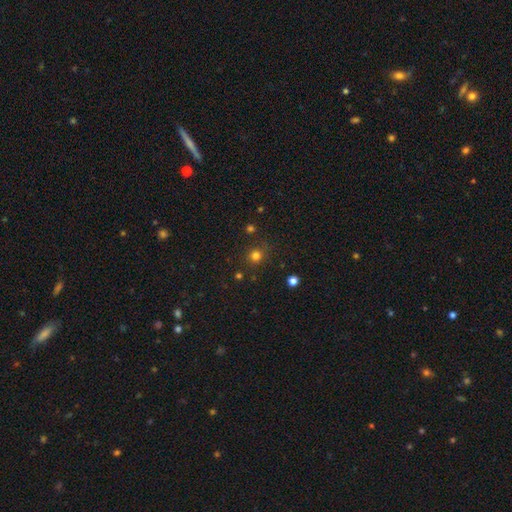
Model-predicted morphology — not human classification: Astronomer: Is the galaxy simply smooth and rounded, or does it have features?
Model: smooth — 76%.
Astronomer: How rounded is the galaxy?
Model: round — 90%.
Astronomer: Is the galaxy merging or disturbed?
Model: none — 84%.